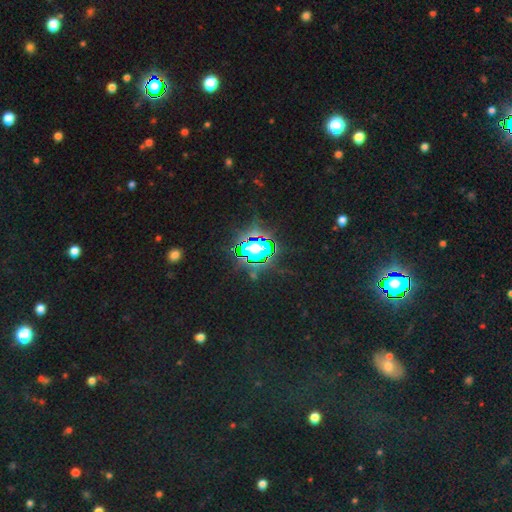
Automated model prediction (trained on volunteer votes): Overall: star or artifact (79%).